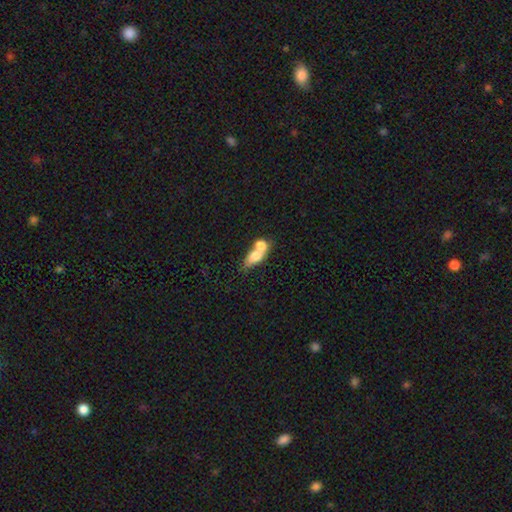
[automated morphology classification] This is likely a smooth galaxy (70%). How rounded: likely in between (62%). Merging: likely merger (71%).